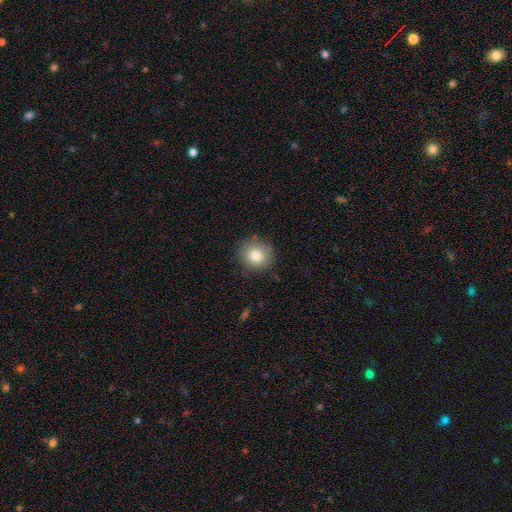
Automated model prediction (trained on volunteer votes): A smooth galaxy with no disk features (81%) that is round (90%).

Vote fractions:
- Smooth or featured? smooth: 81% / star or artifact: 10% / featured or disk: 9%
- How rounded? round: 90% / in between: 9% / cigar-shaped: 1%
- Merging? none: 85% / minor disturbance: 11% / major disturbance: 3% / merger: 1%